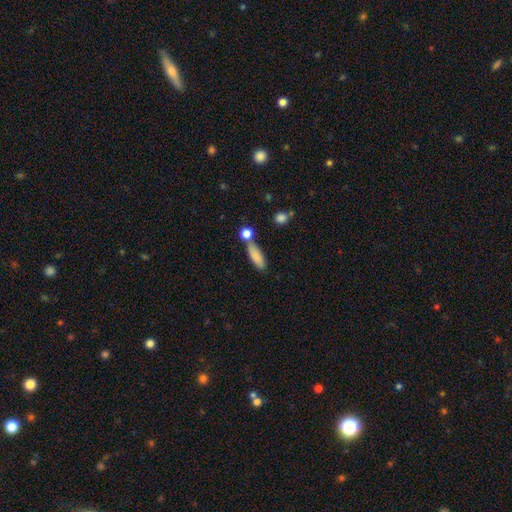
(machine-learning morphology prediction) This appears to be a smooth galaxy with no disk features (85%) that is in between round and cigar-shaped (55%). Merging: none (65%).